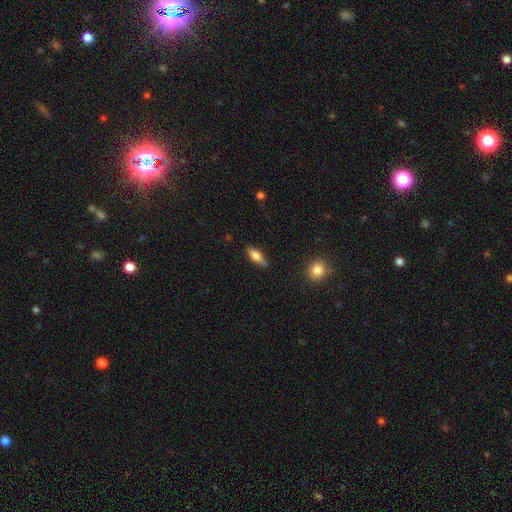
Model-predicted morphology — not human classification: A smooth galaxy with no disk features (71%) that is in between round and cigar-shaped (70%).

Vote fractions:
- Smooth or featured? smooth: 71% / featured or disk: 22% / star or artifact: 7%
- How rounded? in between: 70% / cigar-shaped: 27% / round: 3%
- Merging? none: 73% / minor disturbance: 20% / major disturbance: 4% / merger: 2%